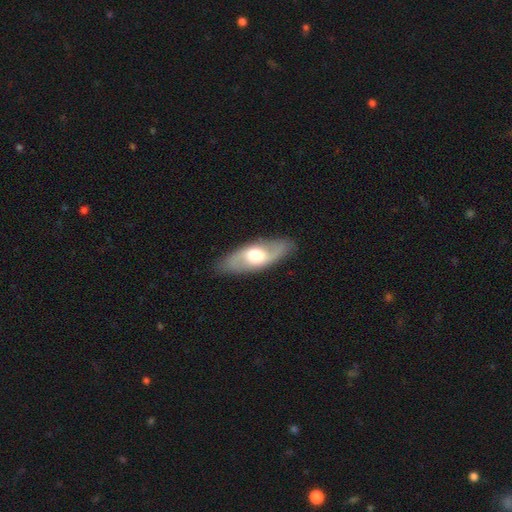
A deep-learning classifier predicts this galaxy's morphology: smooth-or-featured: featured or disk: 62% | smooth: 33% | star or artifact: 5%
  disk-edge-on: no: 81% | yes: 19%
    bar: no: 55% | weak: 34% | strong: 12%
    has-spiral-arms: yes: 75% | no: 25%
    bulge-size: moderate: 57% | large: 28% | small: 10% | dominant: 3% | none: 1%
  merging: none: 84% | minor disturbance: 11% | major disturbance: 3% | merger: 1%